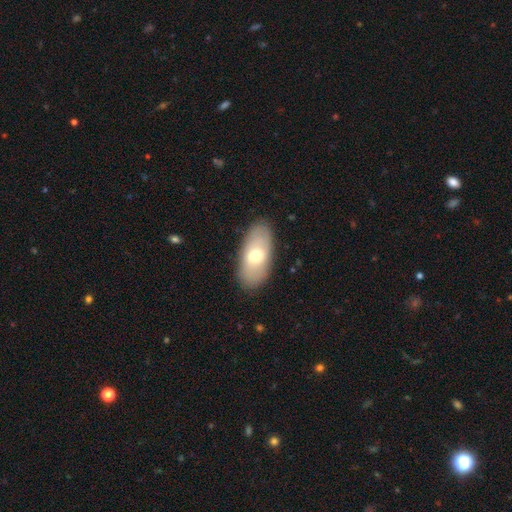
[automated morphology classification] This appears to be a smooth galaxy with no disk features (61%) that is in between round and cigar-shaped (90%). Merging: none (85%).